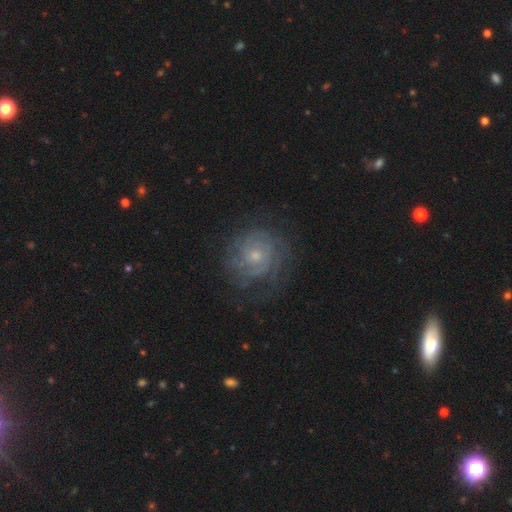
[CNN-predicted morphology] This is likely a featured or disk galaxy (68%). It is clearly not viewed edge-on (97%). Bar: likely no (80%). Spiral arm pattern: clearly yes (83%). Spiral arm count: possibly can't tell (54%). Spiral winding: likely tight (66%). Central bulge: possibly small (59%). Merging: likely none (68%).